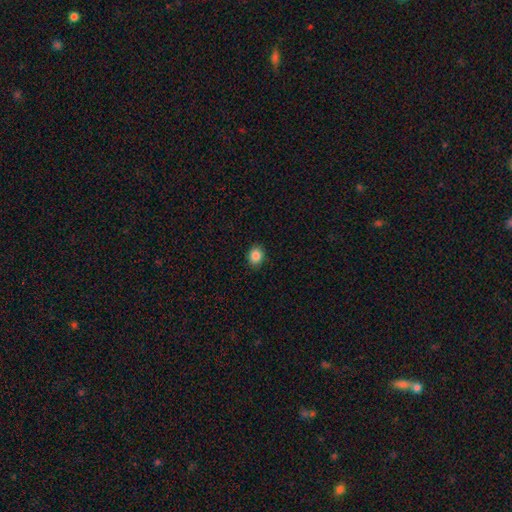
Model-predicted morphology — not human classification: type=smooth (87%); roundness=round (57%); merging=none (90%).